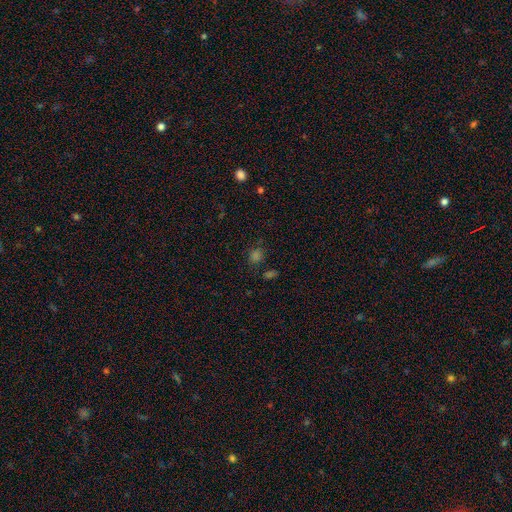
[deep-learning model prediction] Smooth or featured? Predicted: smooth (p=0.60). How rounded? Predicted: round (p=0.62). Merging? Predicted: none (p=0.75).